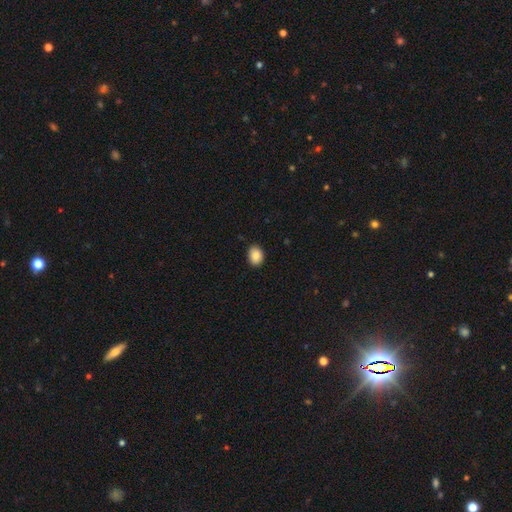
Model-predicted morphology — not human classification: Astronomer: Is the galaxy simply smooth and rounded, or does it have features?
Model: smooth — 89%.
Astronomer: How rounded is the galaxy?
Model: in between — 65%.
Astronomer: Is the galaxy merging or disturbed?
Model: none — 88%.